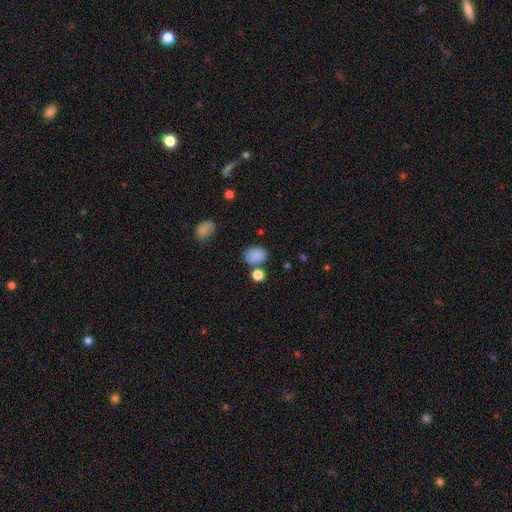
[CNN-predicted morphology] A smooth galaxy with no disk features (85%) that is in between round and cigar-shaped (68%). Merging: none (69%).